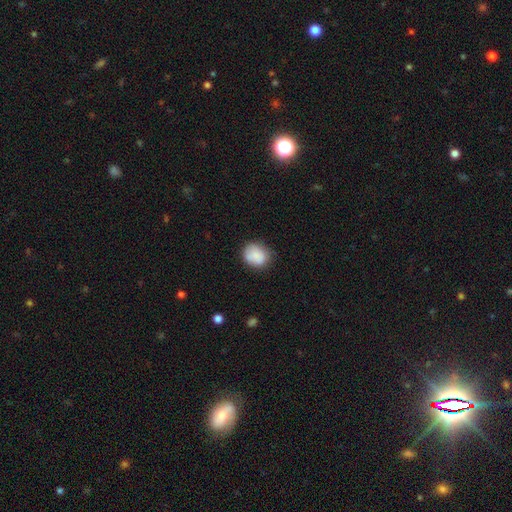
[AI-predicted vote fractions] Smooth or featured? Predicted: smooth (p=0.83). How rounded? Predicted: round (p=0.57). Merging? Predicted: none (p=0.68).